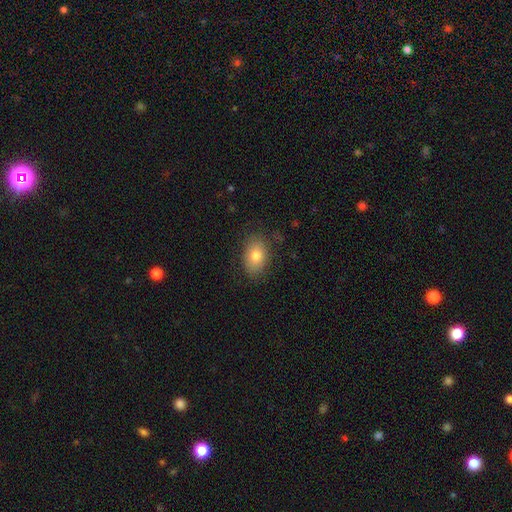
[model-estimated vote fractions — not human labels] Smooth or featured?
  - smooth: 79% *
  - featured or disk: 12%
  - star or artifact: 9%
How rounded?
  - in between: 81% *
  - round: 18%
  - cigar-shaped: 1%
Merging?
  - none: 81% *
  - minor disturbance: 14%
  - major disturbance: 4%
  - merger: 1%